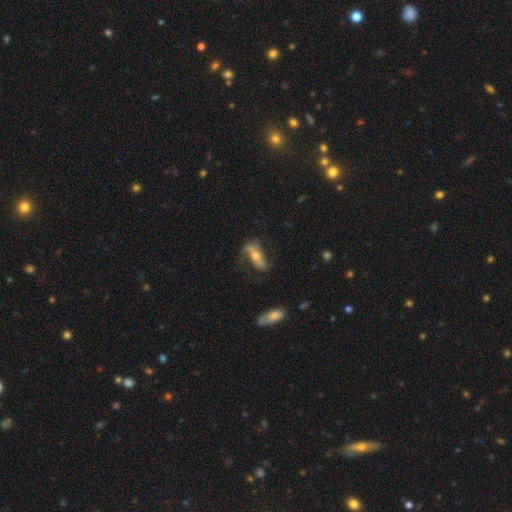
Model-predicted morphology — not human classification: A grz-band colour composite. It shows a featured or disk galaxy (67%) with a strong bar (42%), spiral arms (83%) and a moderate central bulge (56%). Merging: none (57%).